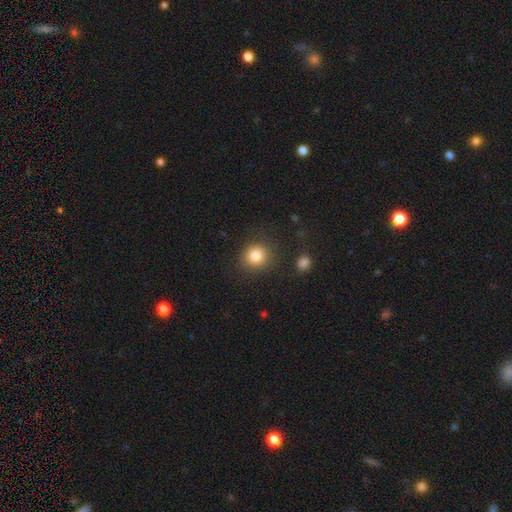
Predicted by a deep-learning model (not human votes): This is clearly a smooth galaxy (84%). How rounded: clearly round (87%). Merging: clearly none (84%).